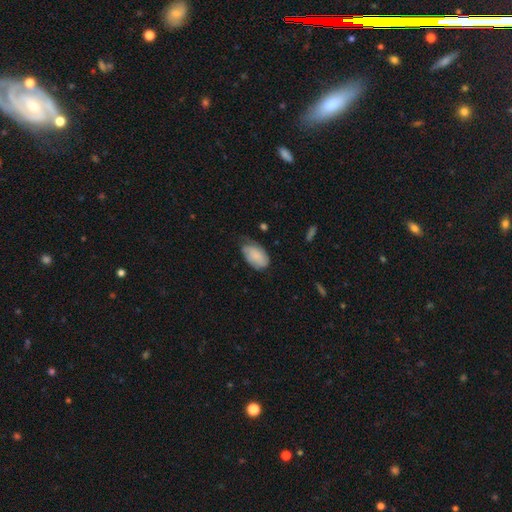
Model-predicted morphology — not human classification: smooth-or-featured: smooth: 75% | featured or disk: 19% | star or artifact: 7%
  how-rounded: in between: 93% | round: 5% | cigar-shaped: 1%
  merging: none: 47% | minor disturbance: 39% | major disturbance: 12% | merger: 2%